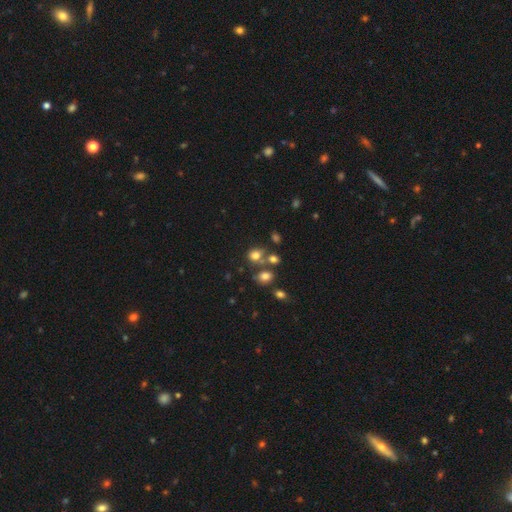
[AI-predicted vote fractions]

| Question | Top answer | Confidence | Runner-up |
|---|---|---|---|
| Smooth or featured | smooth | 73% | star or artifact (16%) |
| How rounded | round | 56% | in between (43%) |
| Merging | none | 49% | merger (31%) |